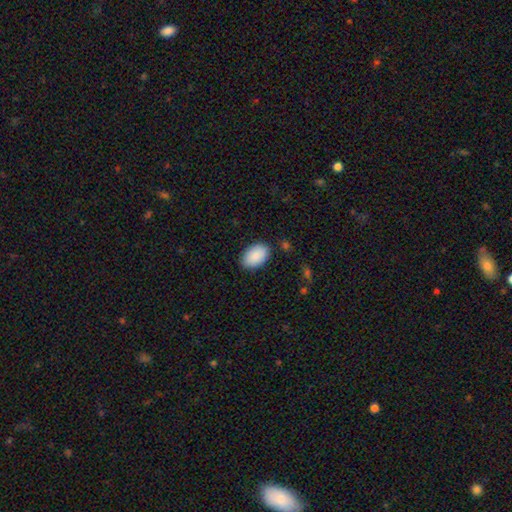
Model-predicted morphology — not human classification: smooth_or_featured: smooth (p=0.90) [alt: star or artifact p=0.06]
how_rounded: in between (p=0.92) [alt: round p=0.07]
merging: none (p=0.86) [alt: minor disturbance p=0.10]